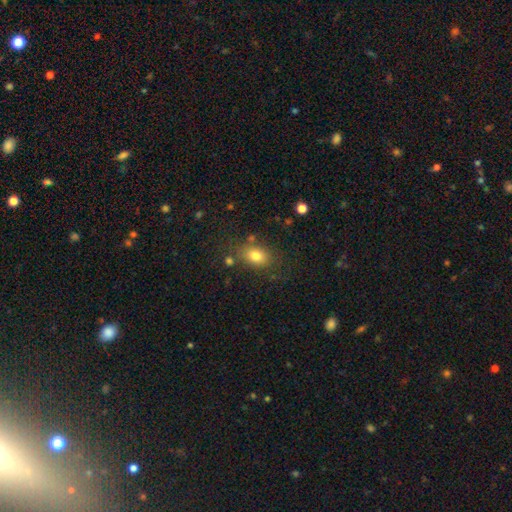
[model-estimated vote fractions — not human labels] This appears to be a smooth galaxy with no disk features (78%) that is in between round and cigar-shaped (74%). Merging: none (75%).